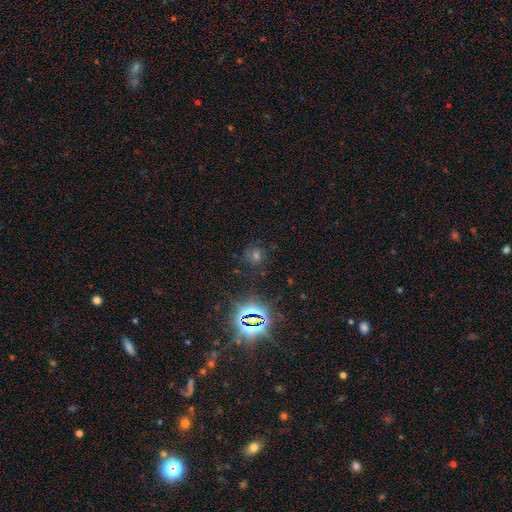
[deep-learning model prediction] Smooth or featured?
  - star or artifact: 61% *
  - smooth: 25%
  - featured or disk: 14%